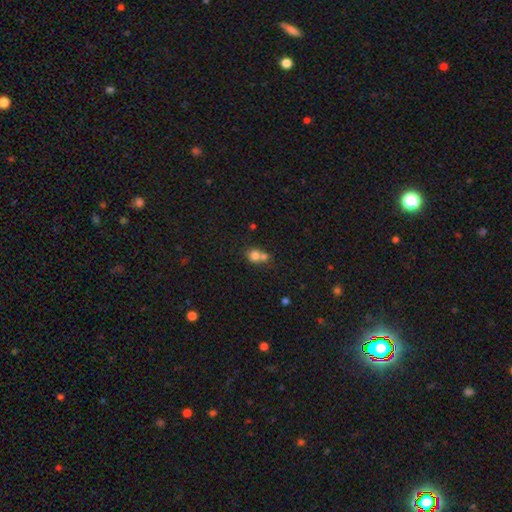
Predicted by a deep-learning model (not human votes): A smooth galaxy with no disk features (76%) that is round (74%).

Vote fractions:
- Smooth or featured? smooth: 76% / featured or disk: 12% / star or artifact: 11%
- How rounded? round: 74% / in between: 25% / cigar-shaped: 1%
- Merging? merger: 61% / none: 30% / minor disturbance: 6% / major disturbance: 3%